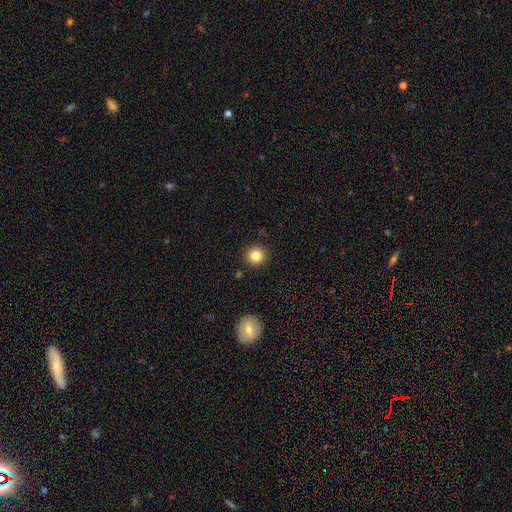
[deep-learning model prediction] Smooth or featured: smooth — 83% (star or artifact — 11%)
How rounded: round — 92% (in between — 7%)
Merging: none — 91% (minor disturbance — 6%)